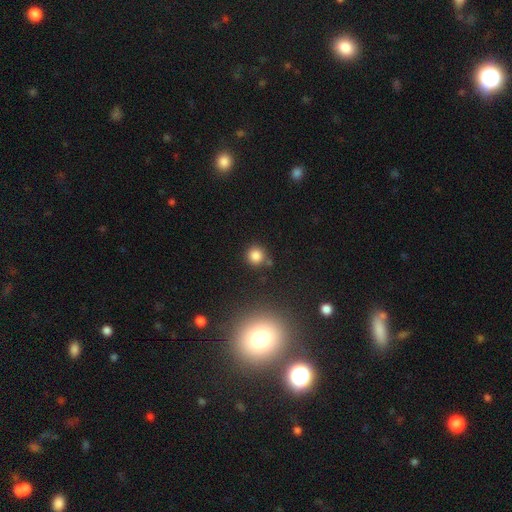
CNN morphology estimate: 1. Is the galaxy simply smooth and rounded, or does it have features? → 81% smooth, 14% star or artifact, 5% featured or disk.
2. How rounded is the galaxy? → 92% round, 7% in between, 1% cigar-shaped.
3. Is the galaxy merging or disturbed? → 76% none, 12% minor disturbance, 8% merger, 4% major disturbance.